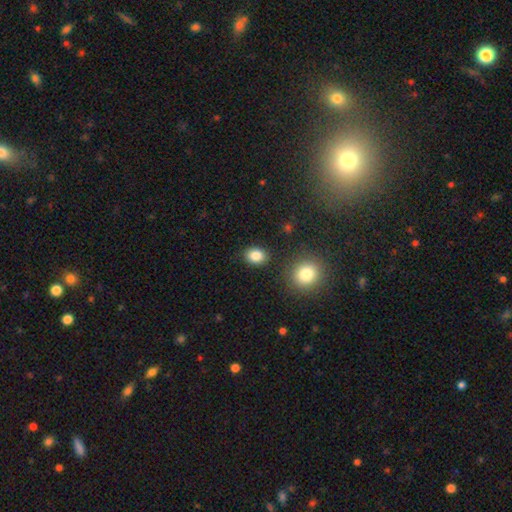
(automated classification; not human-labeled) smooth-or-featured: smooth: 84% | star or artifact: 10% | featured or disk: 6%
  how-rounded: in between: 52% | round: 47% | cigar-shaped: 1%
  merging: none: 86% | minor disturbance: 8% | merger: 3% | major disturbance: 2%